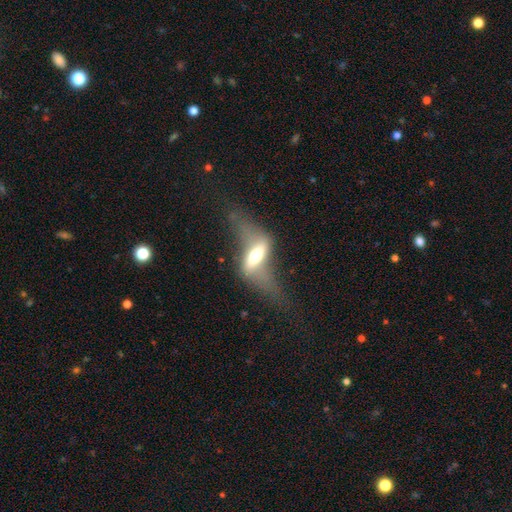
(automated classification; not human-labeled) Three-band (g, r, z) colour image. It shows a featured or disk galaxy (66%). Merging: none (39%).